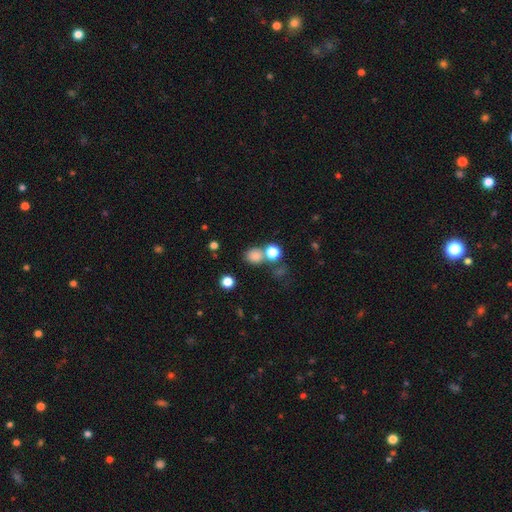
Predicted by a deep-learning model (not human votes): Morphology: type=smooth (79%); roundness=round (76%); merging=none (60%).